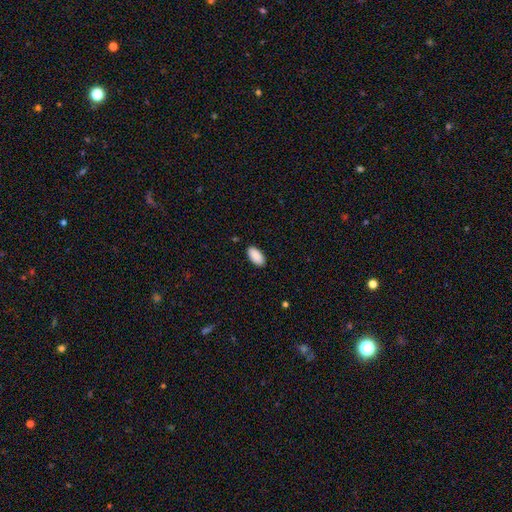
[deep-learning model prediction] Q: Smooth or featured?
A: smooth (91%); runner-up: star or artifact (6%)
Q: How rounded?
A: in between (95%); runner-up: cigar-shaped (3%)
Q: Merging?
A: none (89%); runner-up: minor disturbance (8%)